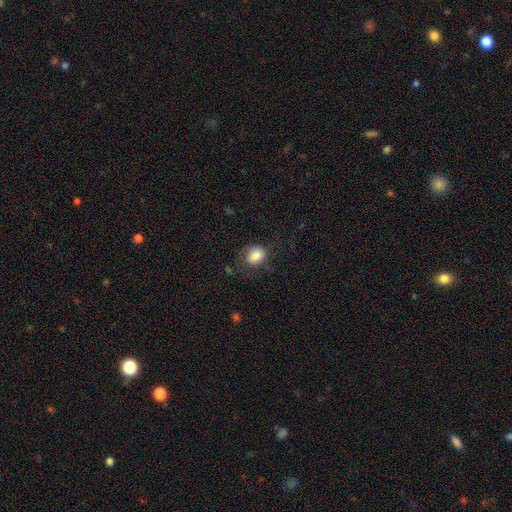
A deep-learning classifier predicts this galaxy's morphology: smooth-or-featured: smooth: 80% | featured or disk: 12% | star or artifact: 8%
  how-rounded: in between: 53% | round: 46% | cigar-shaped: 1%
  merging: none: 59% | minor disturbance: 23% | major disturbance: 17% | merger: 2%